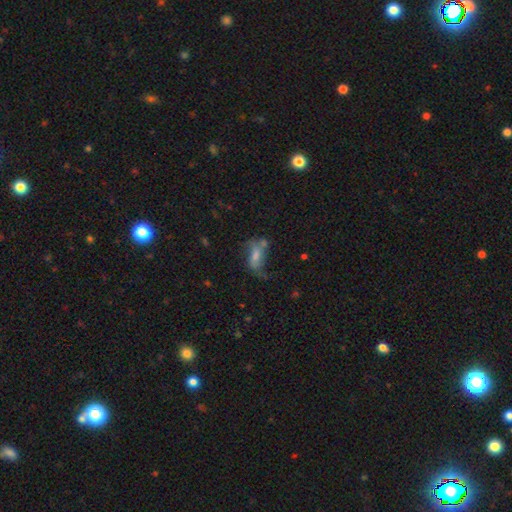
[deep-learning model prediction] Smooth or featured? Predicted: featured or disk (p=0.45). Merging? Predicted: none (p=0.36).